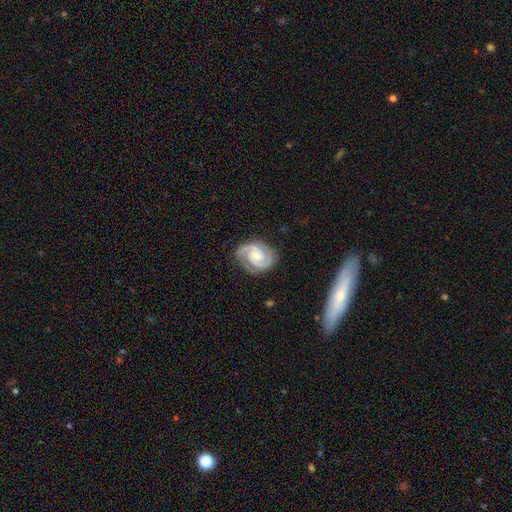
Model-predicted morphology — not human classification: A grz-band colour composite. It shows a featured or disk galaxy (91%) with no bar (57%), 2 (89%) tight (59%) spiral arms (98%) and a small central bulge (53%). Merging: none (82%).